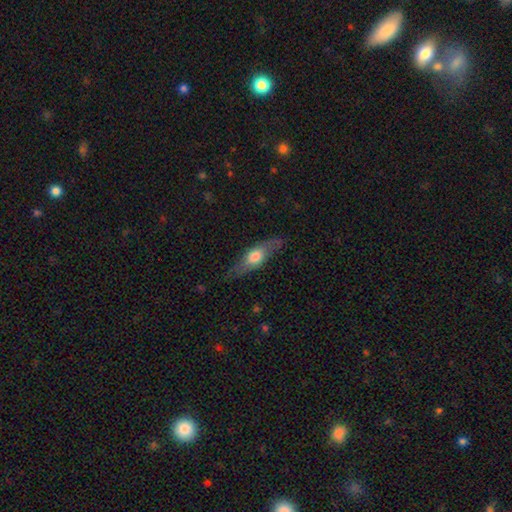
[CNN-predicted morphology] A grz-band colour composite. It shows a smooth galaxy with no disk features (55%) that is in between round and cigar-shaped (53%). Merging: none (74%).